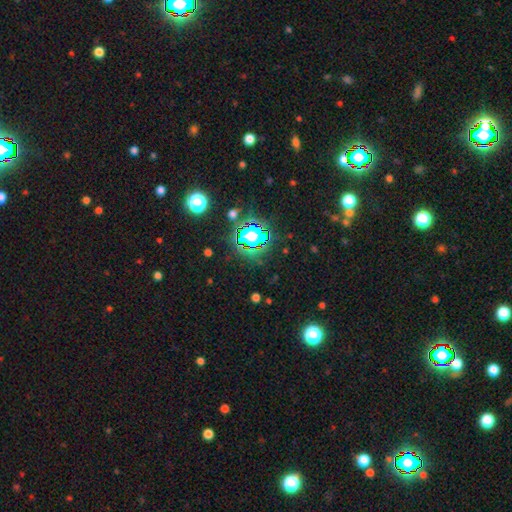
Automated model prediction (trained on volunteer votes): A star or artifact, not a galaxy (79%).